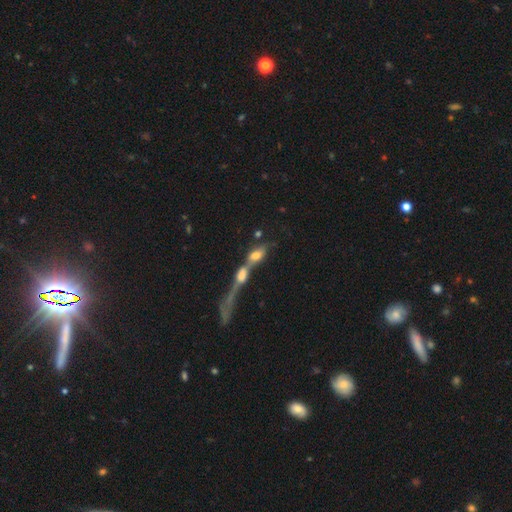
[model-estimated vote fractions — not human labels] The model was most divided on "smooth or featured": smooth: 52%, featured or disk: 36%, star or artifact: 13%. More confident: how rounded — in between (70%); merging — merger (69%).